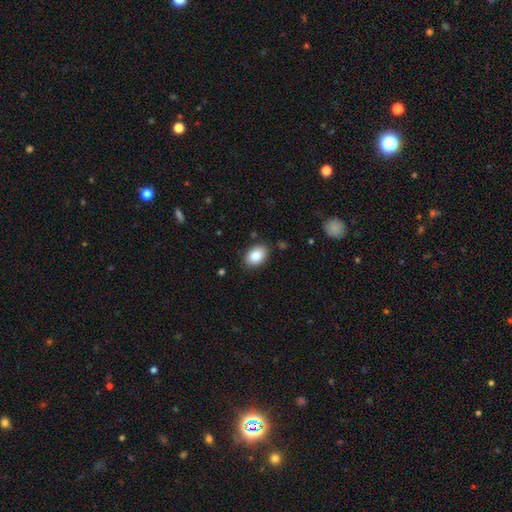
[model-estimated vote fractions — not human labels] Q: Smooth or featured?
A: smooth (85%); runner-up: featured or disk (8%)
Q: How rounded?
A: in between (85%); runner-up: round (14%)
Q: Merging?
A: none (87%); runner-up: minor disturbance (10%)